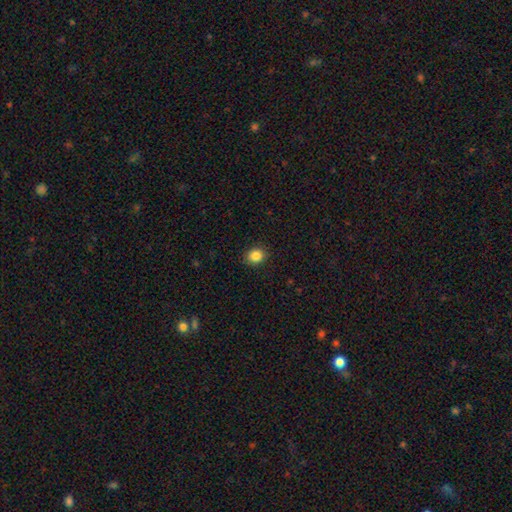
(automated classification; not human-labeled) Smooth or featured? smooth (86%)
How rounded? round (70%)
Merging? none (89%)